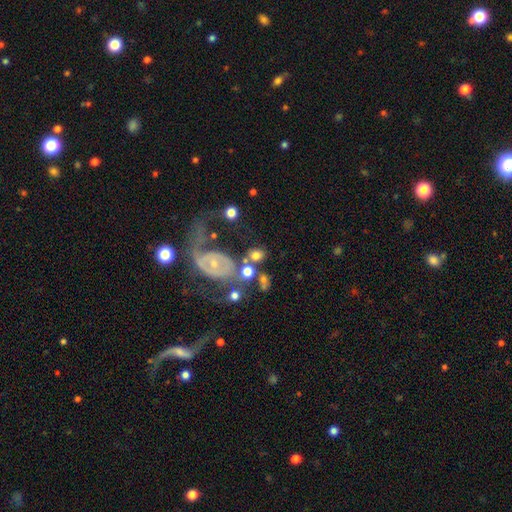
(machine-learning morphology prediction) The model was most divided on "how rounded": round: 57%, in between: 41%, cigar-shaped: 2%. More confident: smooth or featured — smooth (62%); merging — none (55%).